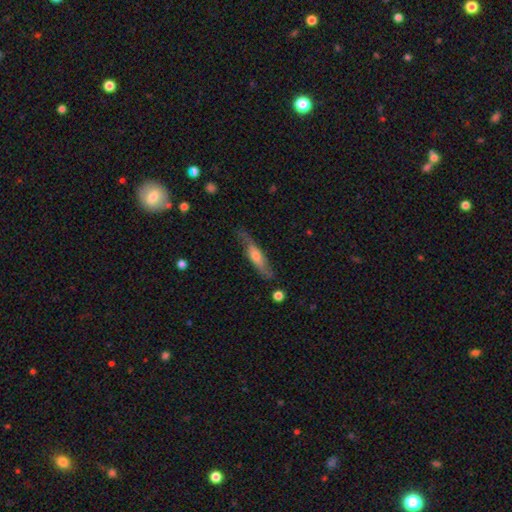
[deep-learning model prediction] featured or disk 53%, smooth 42%, star or artifact 6%. Down the decision tree: edge-on disk — yes (67%); merging — none (74%).